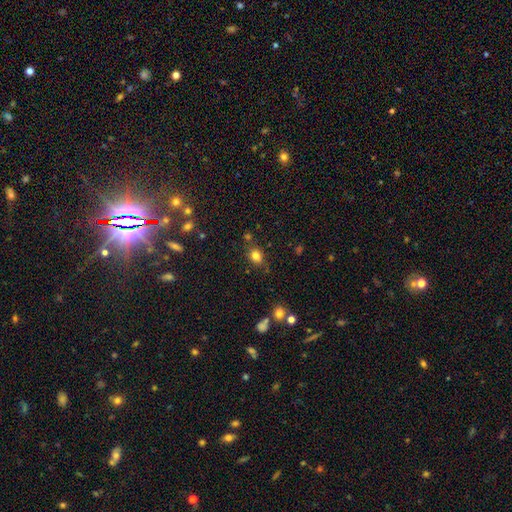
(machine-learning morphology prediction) smooth 80%, star or artifact 13%, featured or disk 7%. Down the decision tree: how rounded — round (53%); merging — none (73%).